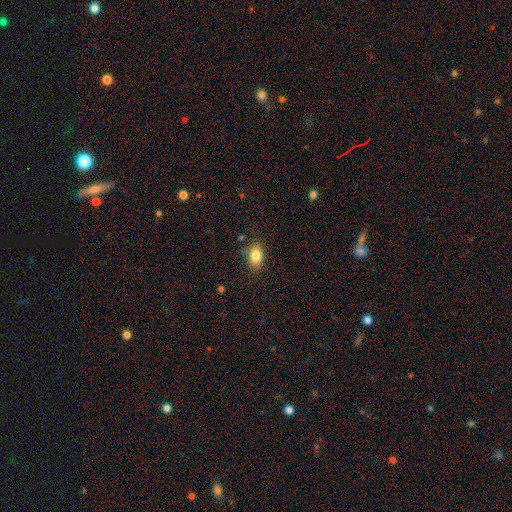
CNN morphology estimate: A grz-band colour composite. It shows a smooth galaxy with no disk features (83%) that is in between round and cigar-shaped (85%). Merging: none (78%).